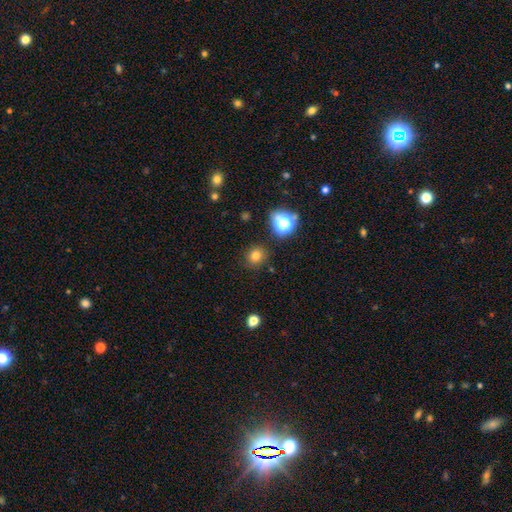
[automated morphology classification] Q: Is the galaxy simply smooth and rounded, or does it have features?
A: smooth — 75%.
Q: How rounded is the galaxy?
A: round — 87%.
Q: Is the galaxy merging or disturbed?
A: none — 87%.